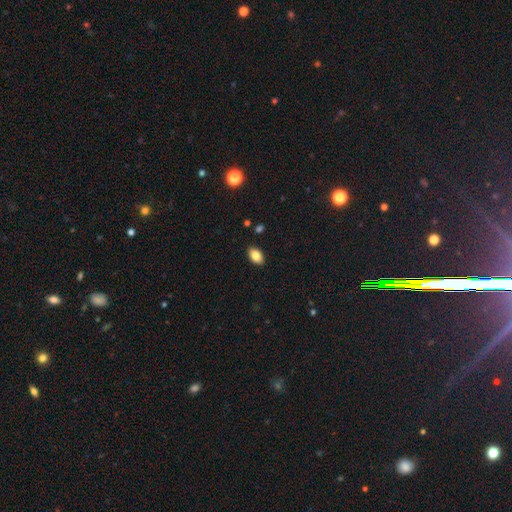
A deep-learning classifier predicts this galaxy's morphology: Smooth or featured? smooth (85%)
How rounded? in between (91%)
Merging? none (89%)